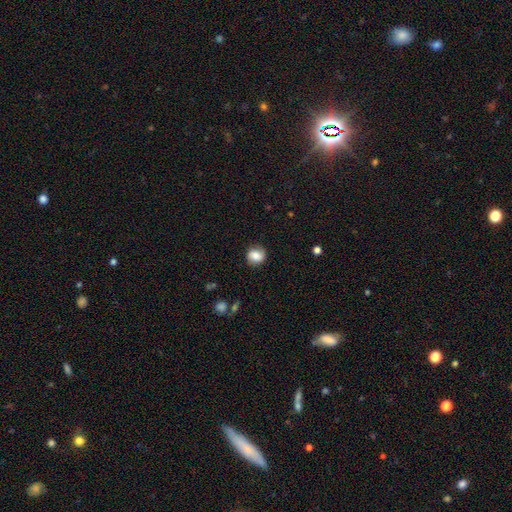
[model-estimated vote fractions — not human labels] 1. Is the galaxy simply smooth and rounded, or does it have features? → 76% smooth, 15% featured or disk, 9% star or artifact.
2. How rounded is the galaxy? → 77% round, 22% in between, 1% cigar-shaped.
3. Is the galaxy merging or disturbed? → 81% none, 14% minor disturbance, 4% major disturbance, 1% merger.